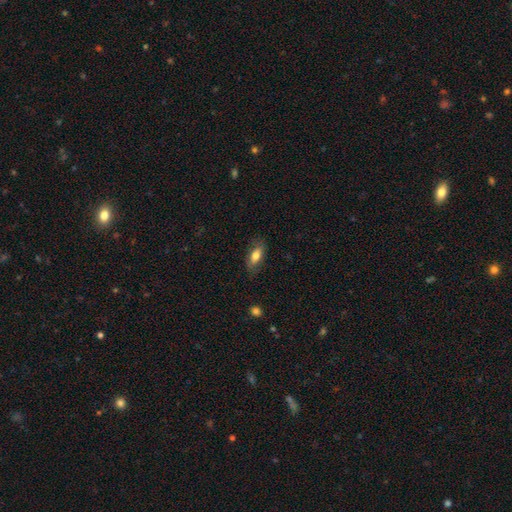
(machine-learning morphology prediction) The model was most divided on "smooth or featured": smooth: 74%, featured or disk: 19%, star or artifact: 7%. More confident: merging — none (80%); how rounded — in between (80%).